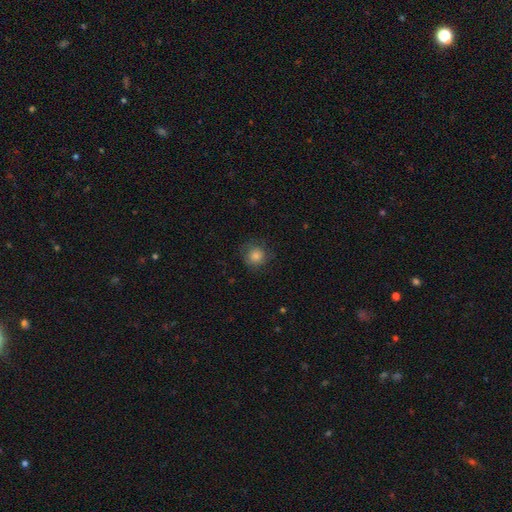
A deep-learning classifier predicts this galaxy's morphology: A smooth galaxy with no disk features (77%) that is round (91%).

Vote fractions:
- Smooth or featured? smooth: 77% / featured or disk: 11% / star or artifact: 11%
- How rounded? round: 91% / in between: 8% / cigar-shaped: 1%
- Merging? none: 78% / minor disturbance: 15% / major disturbance: 6% / merger: 1%